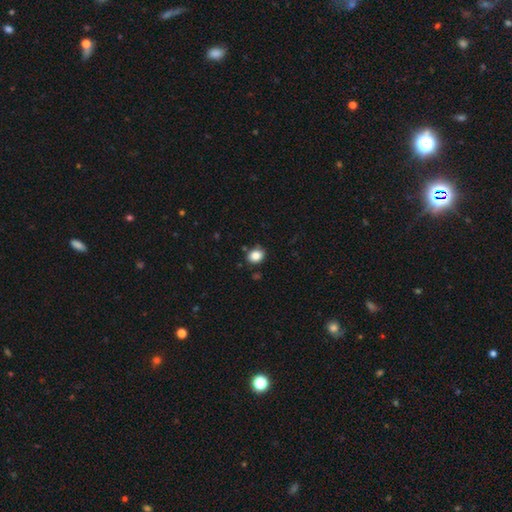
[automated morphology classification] type=smooth (85%); roundness=round (56%); merging=none (85%).